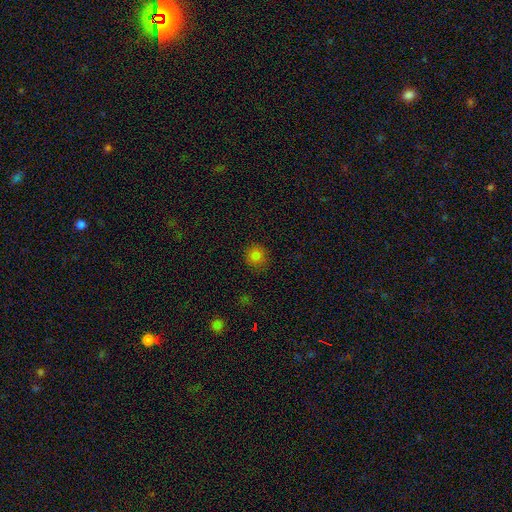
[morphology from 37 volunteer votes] Smooth or featured? smooth (81%)
How rounded? round (93%)
Merging? none (85%)